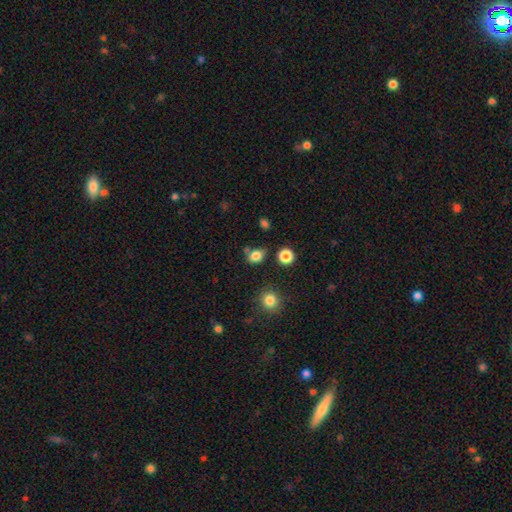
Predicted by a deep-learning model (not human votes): A smooth galaxy with no disk features (81%) that is in between round and cigar-shaped (61%).

Vote fractions:
- Smooth or featured? smooth: 81% / star or artifact: 13% / featured or disk: 6%
- How rounded? in between: 61% / round: 37% / cigar-shaped: 2%
- Merging? none: 68% / minor disturbance: 17% / merger: 10% / major disturbance: 5%